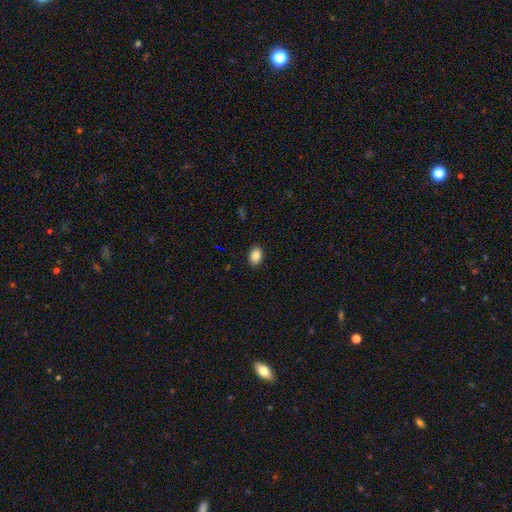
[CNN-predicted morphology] The model was most divided on "how rounded": in between: 82%, round: 17%, cigar-shaped: 1%. More confident: merging — none (90%); smooth or featured — smooth (86%).